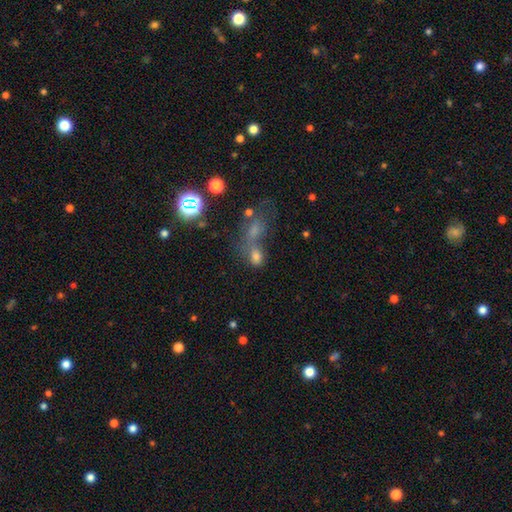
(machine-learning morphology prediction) Overall: smooth (56%; star or artifact 29%). How rounded: in between (60%; round 35%). Merging: merger (46%; none 33%).